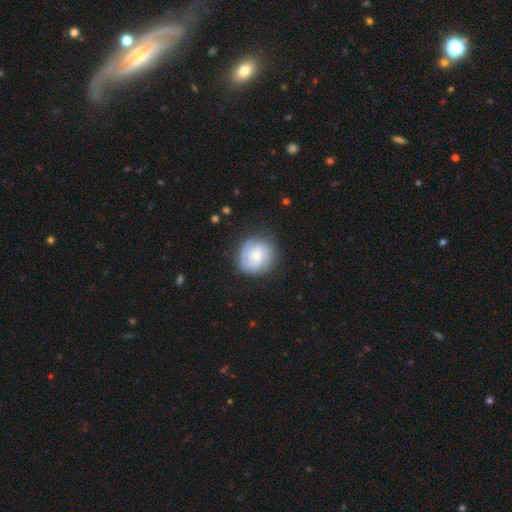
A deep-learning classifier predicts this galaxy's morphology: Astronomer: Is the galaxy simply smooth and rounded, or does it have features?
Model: featured or disk — 69%.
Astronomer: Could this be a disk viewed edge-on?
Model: no — 98%.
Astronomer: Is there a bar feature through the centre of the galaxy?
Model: no — 73%.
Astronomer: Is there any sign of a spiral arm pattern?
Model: yes — 93%.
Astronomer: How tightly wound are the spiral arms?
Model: tight — 64%.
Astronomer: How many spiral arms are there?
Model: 3 — 31% (runner-up: 2, 29%).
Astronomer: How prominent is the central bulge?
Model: small — 55% (runner-up: moderate, 40%).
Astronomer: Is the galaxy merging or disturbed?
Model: none — 82%.